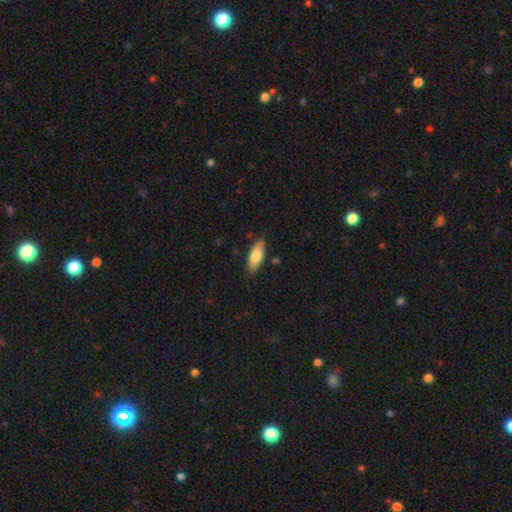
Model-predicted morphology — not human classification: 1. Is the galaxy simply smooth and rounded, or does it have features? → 79% smooth, 15% featured or disk, 6% star or artifact.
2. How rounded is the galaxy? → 73% in between, 25% cigar-shaped, 2% round.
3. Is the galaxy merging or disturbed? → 80% none, 15% minor disturbance, 3% major disturbance, 2% merger.